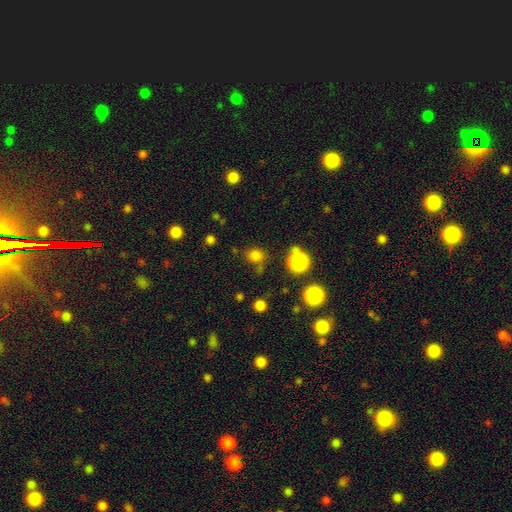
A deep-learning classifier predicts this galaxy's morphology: Smooth or featured? Predicted: smooth (p=0.74). How rounded? Predicted: round (p=0.69). Merging? Predicted: none (p=0.70).